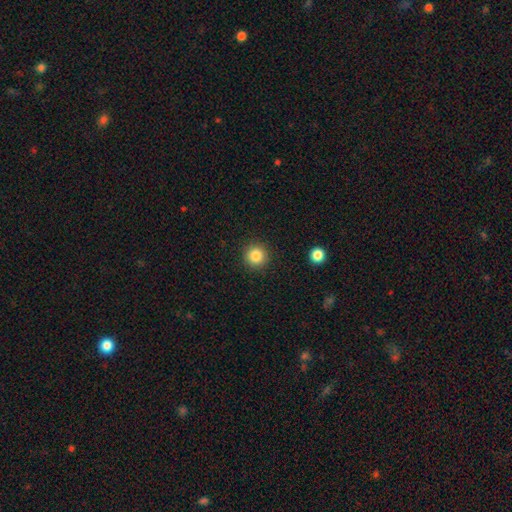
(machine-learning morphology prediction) Q: Smooth or featured?
A: smooth (85%); runner-up: star or artifact (10%)
Q: How rounded?
A: round (95%); runner-up: in between (4%)
Q: Merging?
A: none (91%); runner-up: minor disturbance (5%)